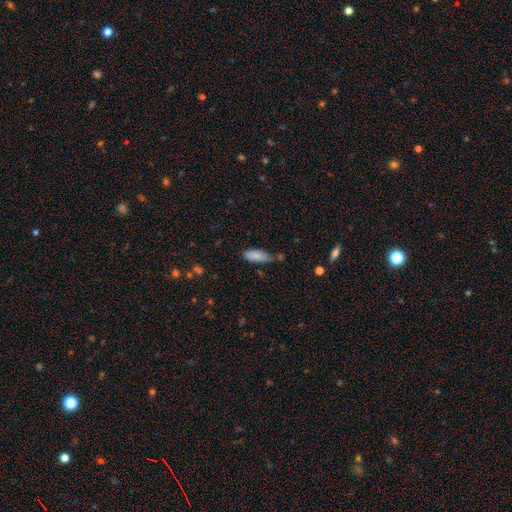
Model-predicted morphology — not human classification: Smooth or featured?
  - smooth: 85% *
  - featured or disk: 8%
  - star or artifact: 7%
How rounded?
  - in between: 74% *
  - cigar-shaped: 24%
  - round: 2%
Merging?
  - none: 53% *
  - minor disturbance: 31%
  - merger: 9%
  - major disturbance: 6%